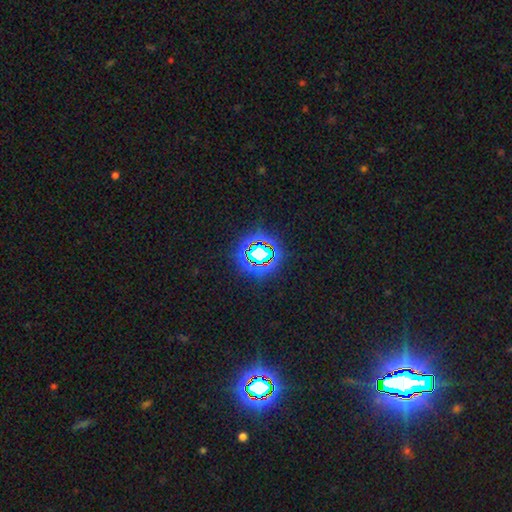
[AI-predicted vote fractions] smooth-or-featured: star or artifact: 81% | smooth: 11% | featured or disk: 8%